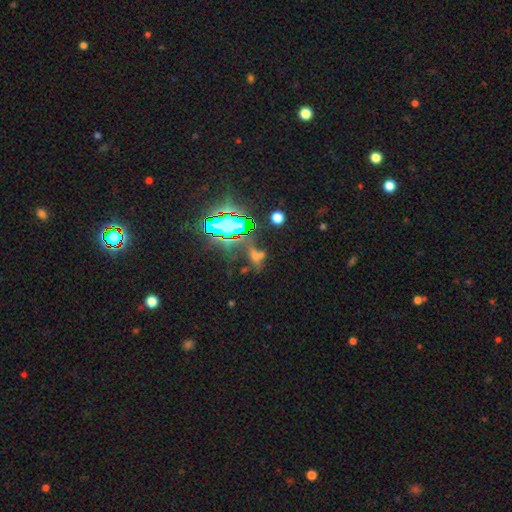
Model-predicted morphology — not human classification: Q: Smooth or featured?
A: star or artifact (51%); runner-up: smooth (32%)